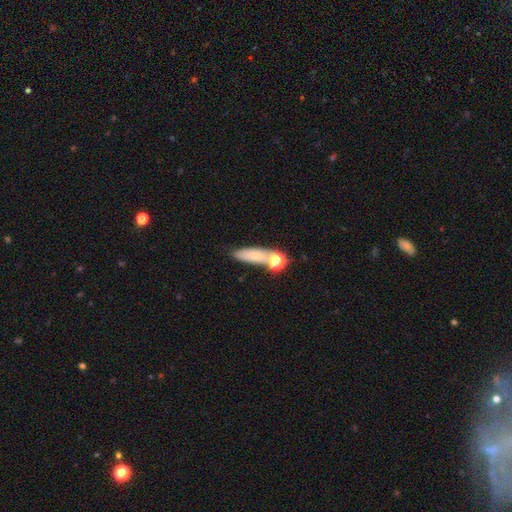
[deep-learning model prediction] A smooth galaxy with no disk features (66%) that is cigar-shaped (46%). Merging: none (55%).